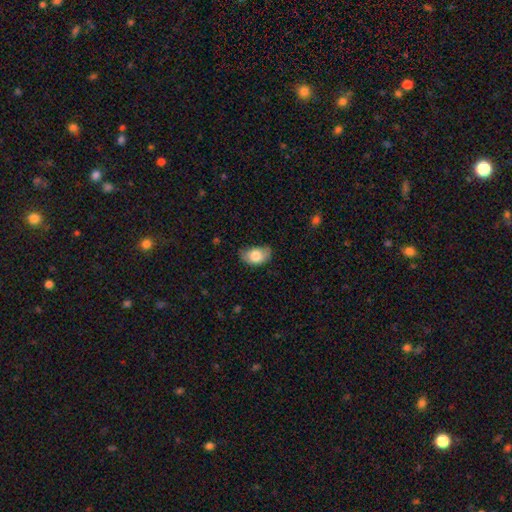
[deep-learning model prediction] Morphology: type=smooth (78%); roundness=in between (87%); merging=none (55%).